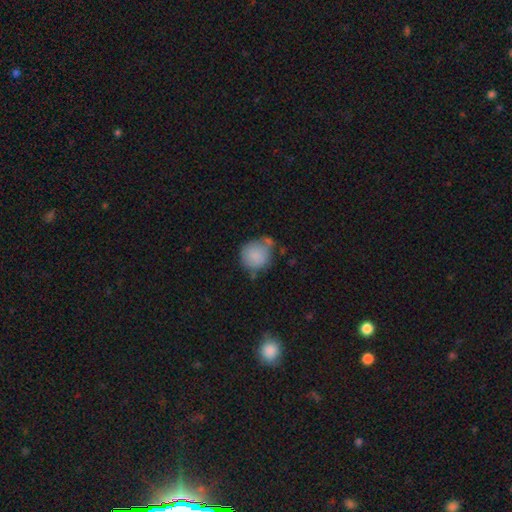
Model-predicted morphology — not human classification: This appears to be a smooth galaxy with no disk features (85%) that is round (89%). Merging: none (54%).